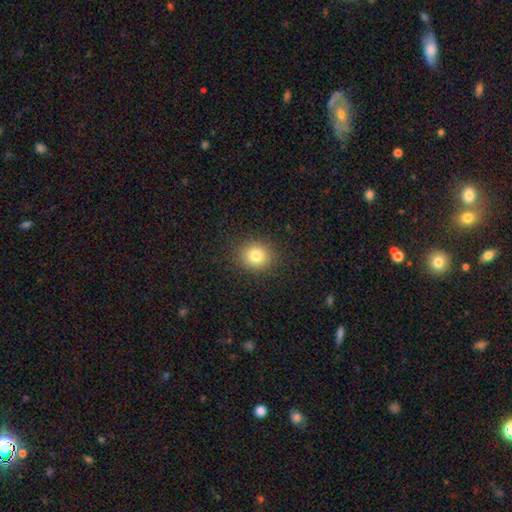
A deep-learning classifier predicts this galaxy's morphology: Overall: smooth (81%). How rounded: round (83%). Merging: none (90%).